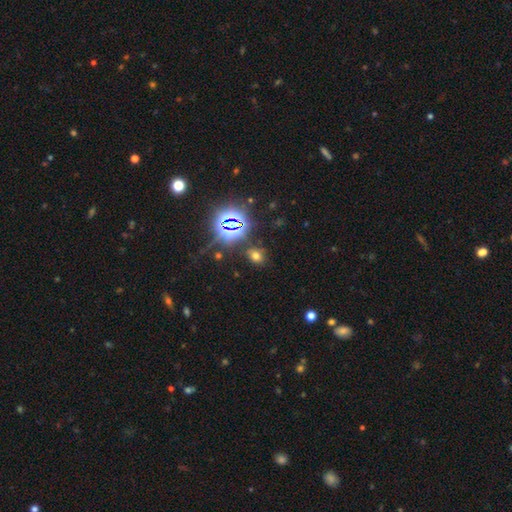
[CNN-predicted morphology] A smooth galaxy with no disk features (57%) that is in between round and cigar-shaped (49%, tied with round). Merging: none (82%).